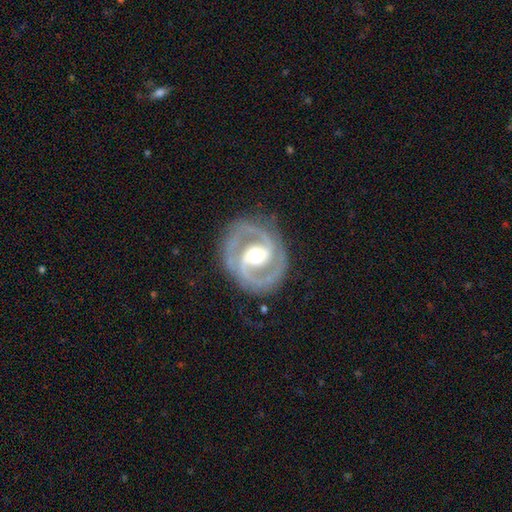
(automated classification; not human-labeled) Morphology: type=featured or disk (91%); edge-on=no (98%); bar=weak (40%); spiral arms=yes (96%); winding=medium (54%); arm count=2 (91%); bulge=moderate (71%); merging=none (83%).